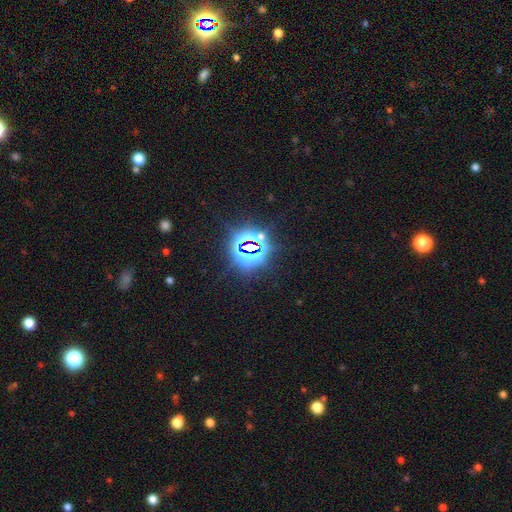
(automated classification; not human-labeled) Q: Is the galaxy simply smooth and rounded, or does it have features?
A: star or artifact — 81%.